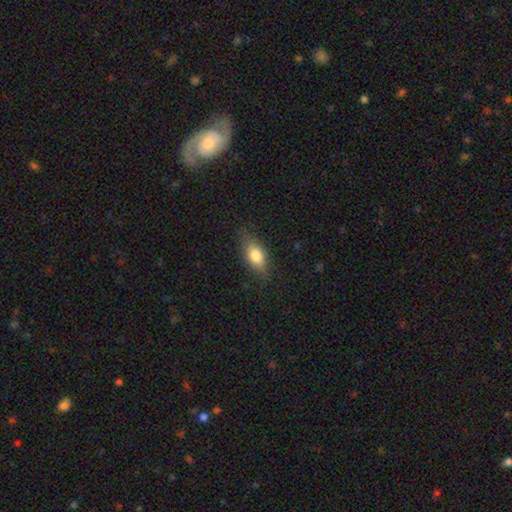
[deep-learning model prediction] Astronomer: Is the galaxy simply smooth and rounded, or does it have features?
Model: smooth — 77%.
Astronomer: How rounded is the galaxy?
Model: in between — 81%.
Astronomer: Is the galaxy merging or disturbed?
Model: none — 80%.